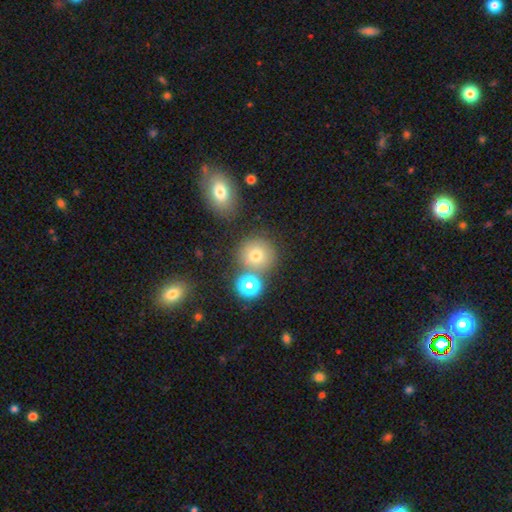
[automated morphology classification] The model was most divided on "merging": none: 70%, merger: 17%, minor disturbance: 10%, major disturbance: 4%. More confident: how rounded — round (89%); smooth or featured — smooth (73%).